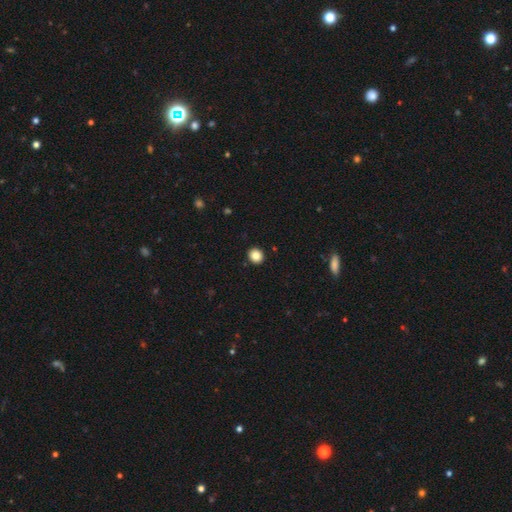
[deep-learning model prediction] smooth-or-featured: smooth: 86% | star or artifact: 10% | featured or disk: 5%
  how-rounded: round: 82% | in between: 17% | cigar-shaped: 1%
  merging: none: 92% | minor disturbance: 5% | major disturbance: 2% | merger: 1%